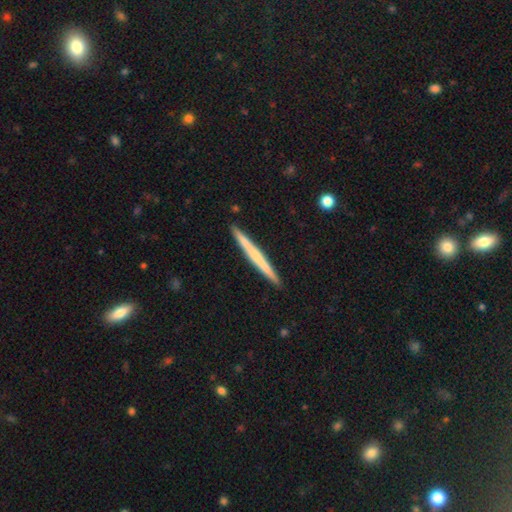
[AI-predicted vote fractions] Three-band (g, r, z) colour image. It shows a smooth galaxy with no disk features (48%). Merging: none (92%).